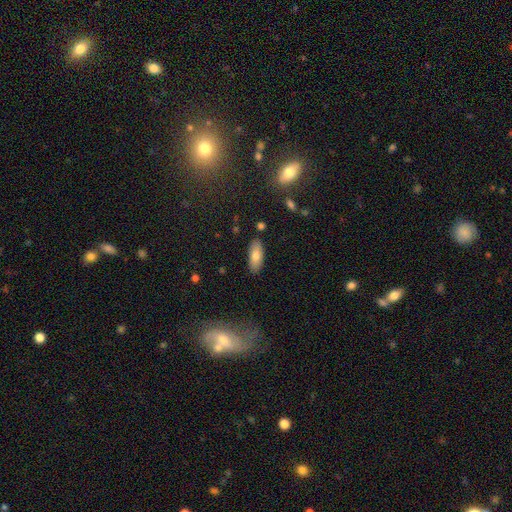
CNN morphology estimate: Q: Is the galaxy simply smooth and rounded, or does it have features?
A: smooth — 77%.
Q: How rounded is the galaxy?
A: in between — 82%.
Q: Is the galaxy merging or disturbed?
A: none — 86%.